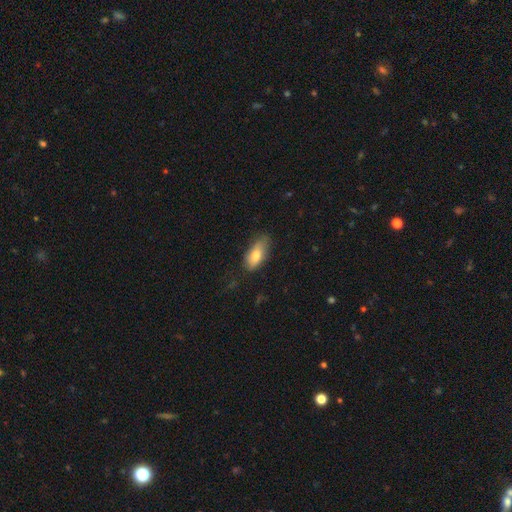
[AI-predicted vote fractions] Q: Smooth or featured?
A: smooth (76%); runner-up: featured or disk (17%)
Q: How rounded?
A: in between (85%); runner-up: cigar-shaped (12%)
Q: Merging?
A: none (66%); runner-up: minor disturbance (27%)